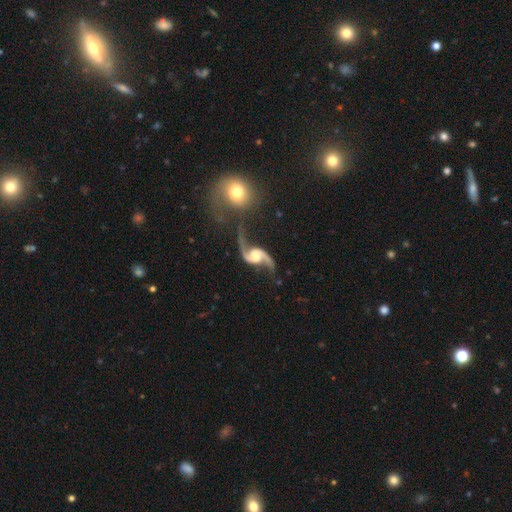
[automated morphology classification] featured or disk 93%, star or artifact 4%, smooth 4%. Down the decision tree: edge-on disk — no (97%); bar — no (48%); spiral arms — yes (98%); spiral arm count — 2 (94%); spiral winding — loose (82%); bulge size — moderate (39%); merging — none (62%).